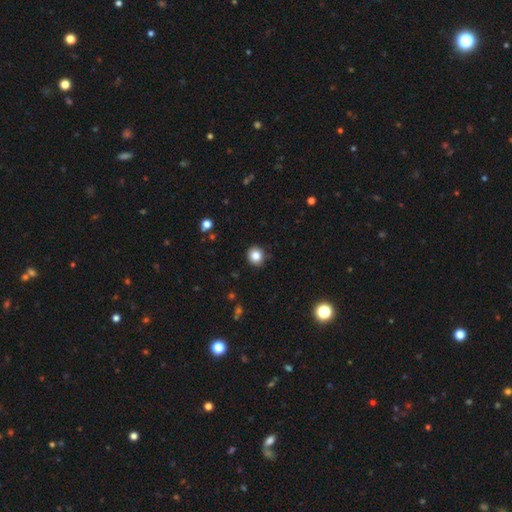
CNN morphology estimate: smooth 84%, star or artifact 11%, featured or disk 6%. Down the decision tree: how rounded — round (85%); merging — none (89%).